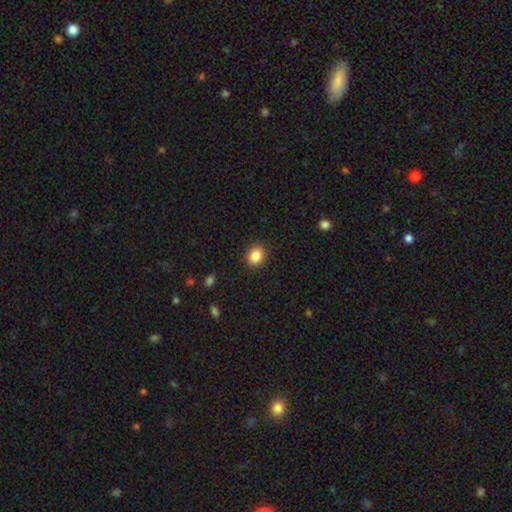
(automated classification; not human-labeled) Q: Smooth or featured?
A: smooth (86%); runner-up: star or artifact (10%)
Q: How rounded?
A: round (62%); runner-up: in between (37%)
Q: Merging?
A: none (89%); runner-up: minor disturbance (8%)